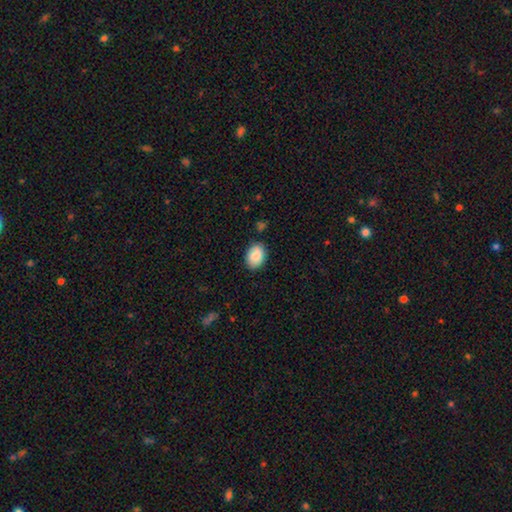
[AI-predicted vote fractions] Q: Smooth or featured?
A: smooth (87%); runner-up: star or artifact (7%)
Q: How rounded?
A: in between (76%); runner-up: round (23%)
Q: Merging?
A: none (84%); runner-up: minor disturbance (12%)